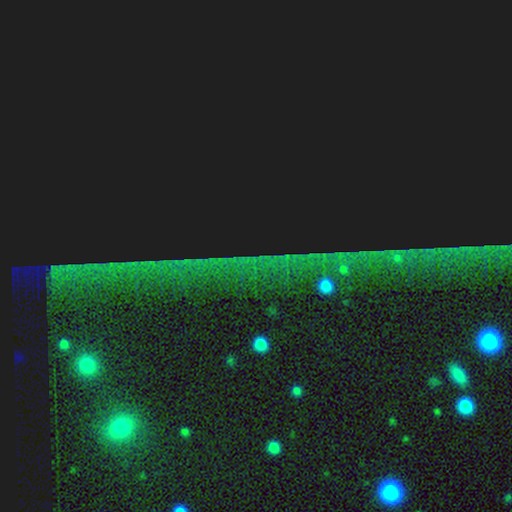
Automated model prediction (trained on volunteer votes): This is clearly a star or artifact rather than a galaxy (85%).